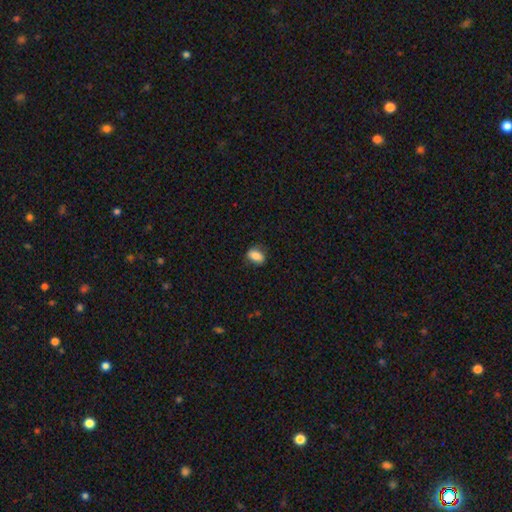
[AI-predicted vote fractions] smooth_or_featured: smooth (p=0.82) [alt: featured or disk p=0.09]
how_rounded: in between (p=0.80) [alt: round p=0.16]
merging: none (p=0.79) [alt: minor disturbance p=0.16]